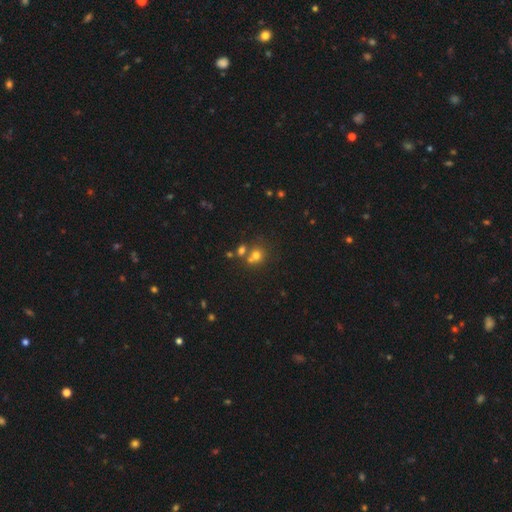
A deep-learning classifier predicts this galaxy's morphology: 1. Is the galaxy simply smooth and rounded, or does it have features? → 66% smooth, 20% star or artifact, 14% featured or disk.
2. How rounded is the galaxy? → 82% round, 18% in between, 1% cigar-shaped.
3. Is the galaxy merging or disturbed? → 49% none, 39% merger, 8% minor disturbance, 4% major disturbance.